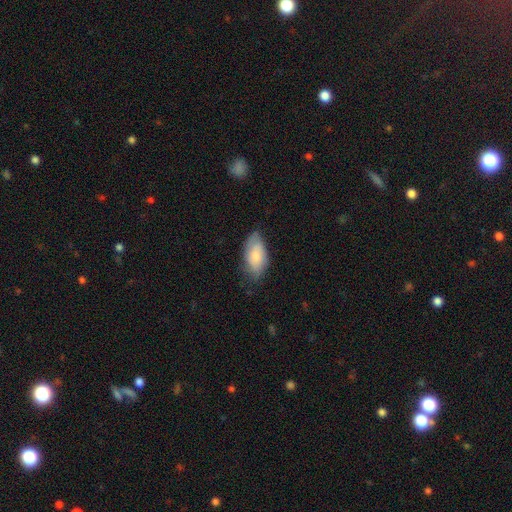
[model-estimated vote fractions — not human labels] Smooth or featured?
  - smooth: 71% *
  - featured or disk: 23%
  - star or artifact: 6%
How rounded?
  - in between: 93% *
  - cigar-shaped: 4%
  - round: 3%
Merging?
  - none: 66% *
  - minor disturbance: 28%
  - major disturbance: 6%
  - merger: 1%